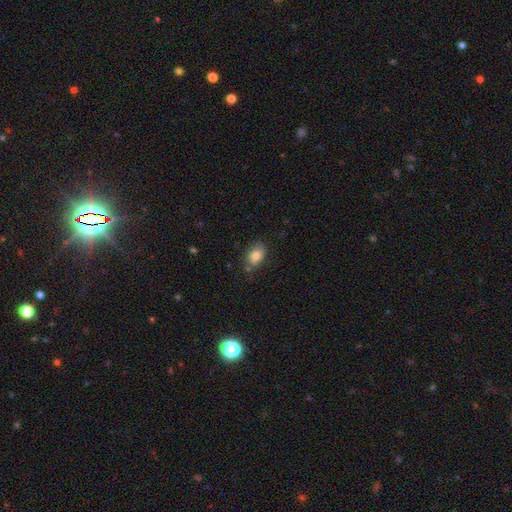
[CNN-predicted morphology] smooth 84%, star or artifact 8%, featured or disk 8%. Down the decision tree: how rounded — in between (82%); merging — none (72%).